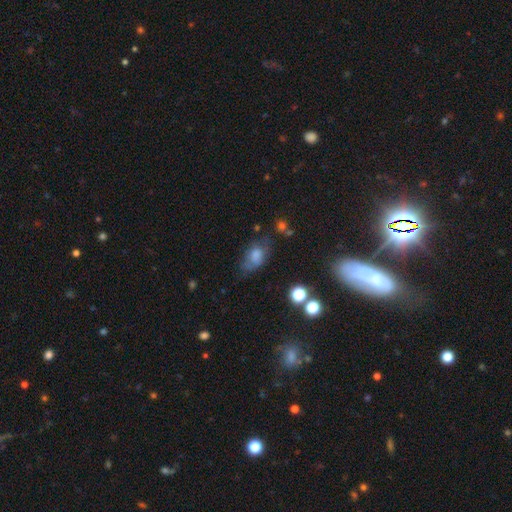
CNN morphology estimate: The model was most divided on "merging": none: 44%, minor disturbance: 30%, major disturbance: 21%, merger: 5%. More confident: how rounded — in between (84%); smooth or featured — smooth (68%).